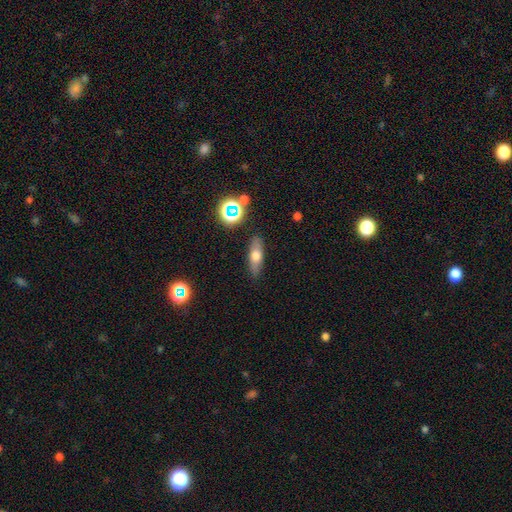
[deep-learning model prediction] Smooth or featured? smooth (62%)
How rounded? in between (57%)
Merging? none (86%)